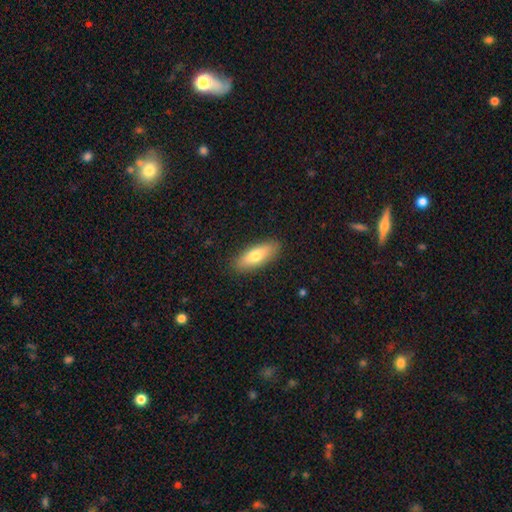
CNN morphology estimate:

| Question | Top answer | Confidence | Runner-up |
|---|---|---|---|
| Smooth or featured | smooth | 73% | featured or disk (21%) |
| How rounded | in between | 63% | cigar-shaped (35%) |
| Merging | none | 89% | minor disturbance (8%) |